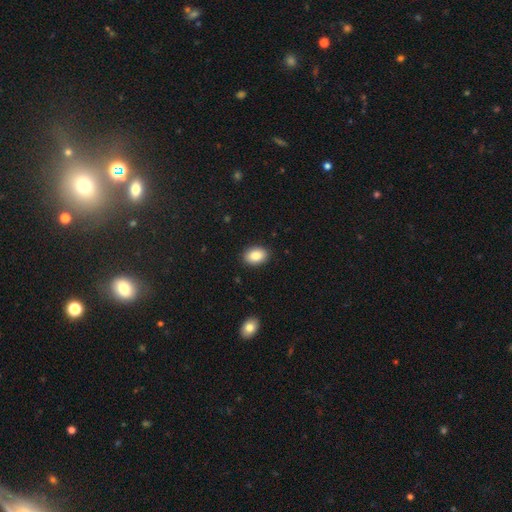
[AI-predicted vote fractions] A smooth galaxy with no disk features (87%) that is in between round and cigar-shaped (83%).

Vote fractions:
- Smooth or featured? smooth: 87% / star or artifact: 8% / featured or disk: 5%
- How rounded? in between: 83% / round: 16% / cigar-shaped: 1%
- Merging? none: 90% / minor disturbance: 7% / major disturbance: 2% / merger: 1%